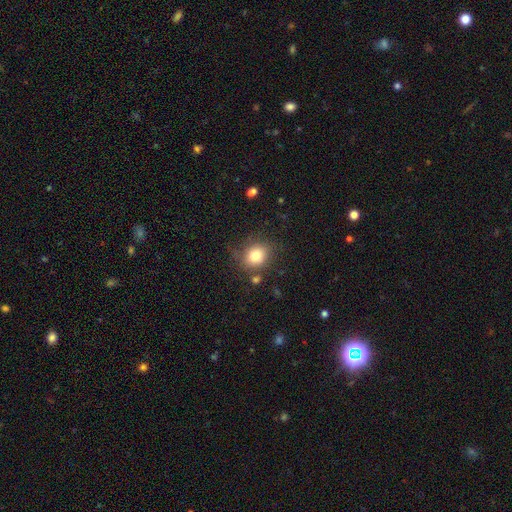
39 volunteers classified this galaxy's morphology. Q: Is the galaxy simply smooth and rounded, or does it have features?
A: smooth — 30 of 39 (77%).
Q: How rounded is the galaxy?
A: round — 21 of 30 (70%).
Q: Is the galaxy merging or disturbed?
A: none — 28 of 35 (80%).